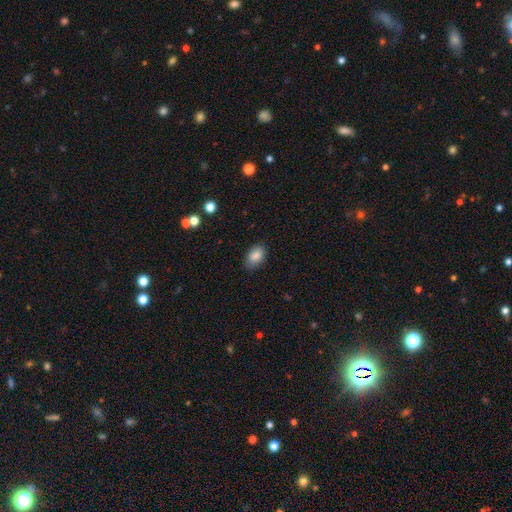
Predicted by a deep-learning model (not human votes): Smooth or featured: smooth — 86% (star or artifact — 8%)
How rounded: in between — 91% (round — 8%)
Merging: none — 82% (minor disturbance — 14%)